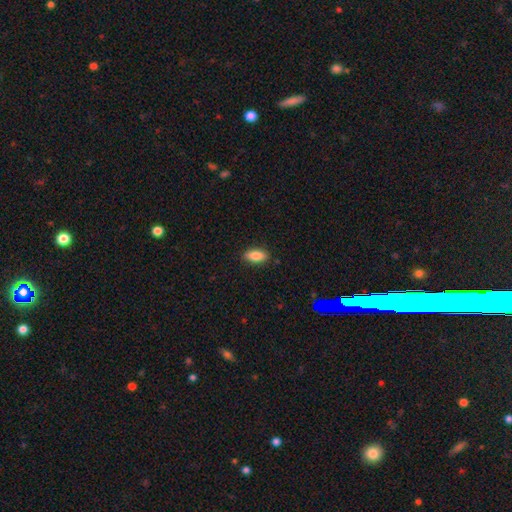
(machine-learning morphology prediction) type=smooth (83%); roundness=in between (86%); merging=none (88%).